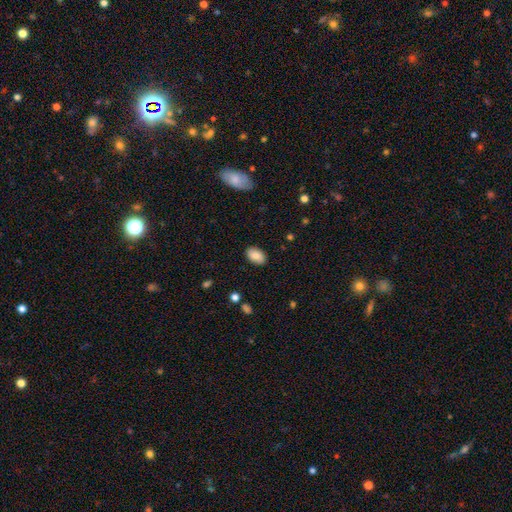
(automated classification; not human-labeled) Smooth or featured: smooth — 85% (featured or disk — 8%)
How rounded: in between — 92% (round — 7%)
Merging: none — 87% (minor disturbance — 9%)